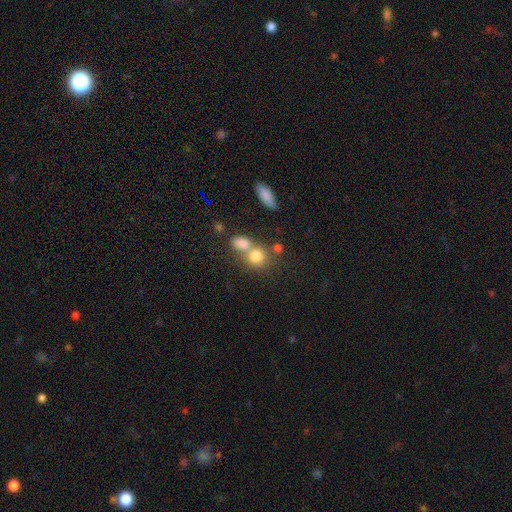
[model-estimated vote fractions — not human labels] Smooth or featured?
  - smooth: 78% *
  - star or artifact: 11%
  - featured or disk: 11%
How rounded?
  - round: 71% *
  - in between: 27%
  - cigar-shaped: 2%
Merging?
  - merger: 46% *
  - none: 40%
  - minor disturbance: 9%
  - major disturbance: 5%